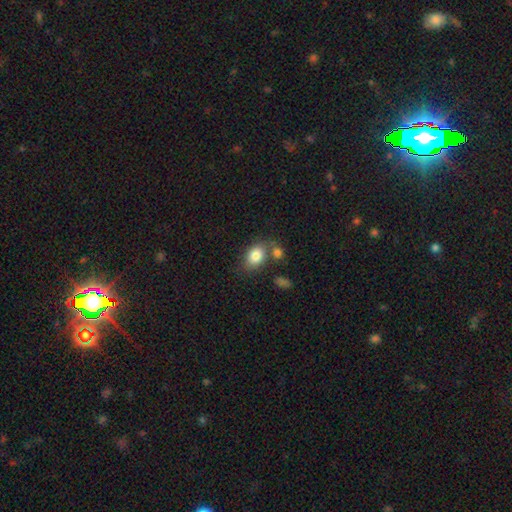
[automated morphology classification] Smooth or featured? smooth (82%)
How rounded? in between (72%)
Merging? none (60%)